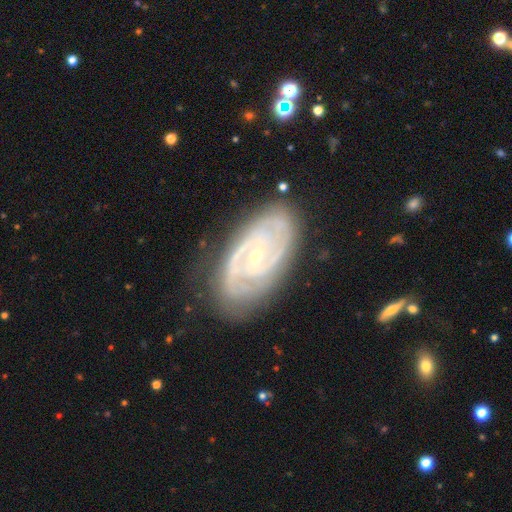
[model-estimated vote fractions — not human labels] A featured or disk galaxy (89%) with no bar (49%), 2 (58%) tight (65%) spiral arms (97%) and a small central bulge (77%). Merging: none (77%).